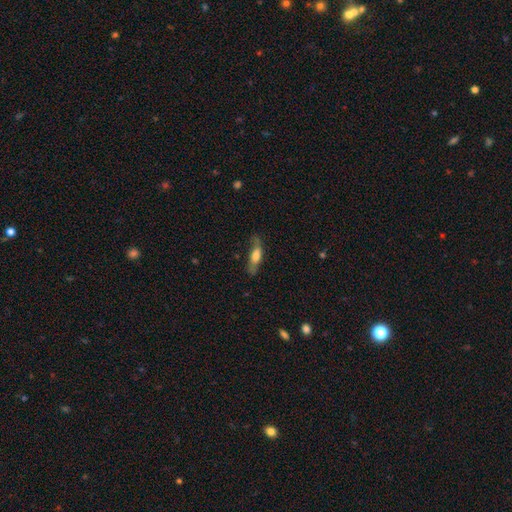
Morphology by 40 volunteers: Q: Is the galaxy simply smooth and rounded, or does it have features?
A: smooth — 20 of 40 (50%).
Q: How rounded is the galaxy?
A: in between — 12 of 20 (60%).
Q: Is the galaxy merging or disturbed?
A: none — 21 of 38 (55%).